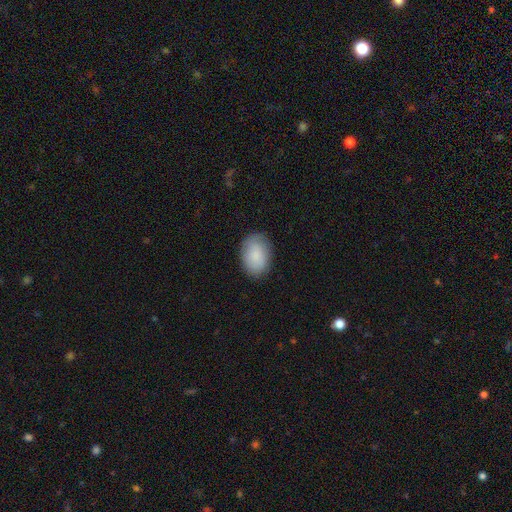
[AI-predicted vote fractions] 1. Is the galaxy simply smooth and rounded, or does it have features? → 86% smooth, 8% featured or disk, 6% star or artifact.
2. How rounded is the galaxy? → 82% in between, 17% round, 1% cigar-shaped.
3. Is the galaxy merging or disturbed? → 82% none, 14% minor disturbance, 3% major disturbance, 1% merger.